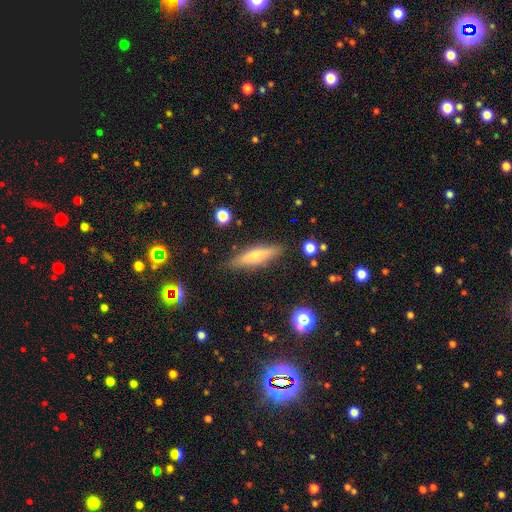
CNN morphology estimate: The model was most divided on "smooth or featured": smooth: 50%, featured or disk: 42%, star or artifact: 8%. More confident: merging — none (86%); how rounded — cigar-shaped (74%).